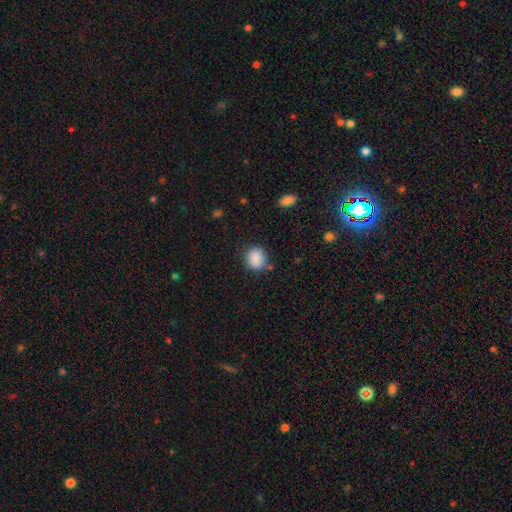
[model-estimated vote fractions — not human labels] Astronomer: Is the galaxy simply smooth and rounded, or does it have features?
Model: smooth — 88%.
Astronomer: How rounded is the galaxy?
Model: round — 63%.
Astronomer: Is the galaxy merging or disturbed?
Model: none — 77%.